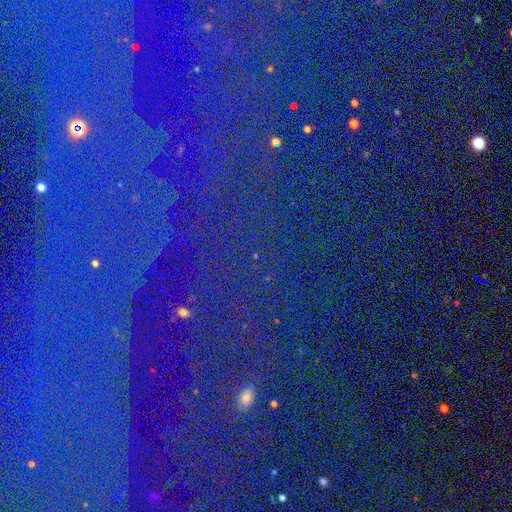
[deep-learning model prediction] Smooth or featured?
  - star or artifact: 84% *
  - smooth: 9%
  - featured or disk: 7%